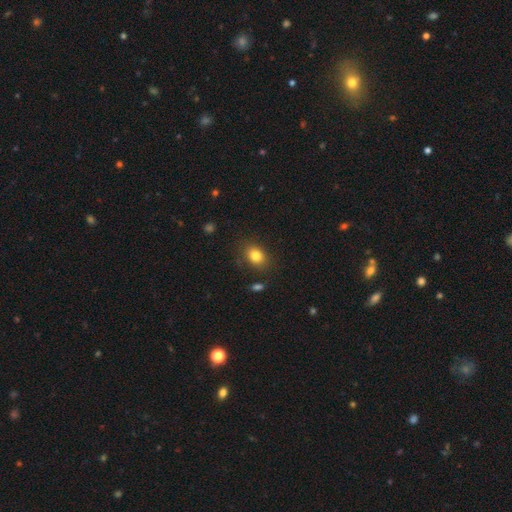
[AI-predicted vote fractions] A smooth galaxy with no disk features (83%) that is in between round and cigar-shaped (64%). Merging: none (82%).